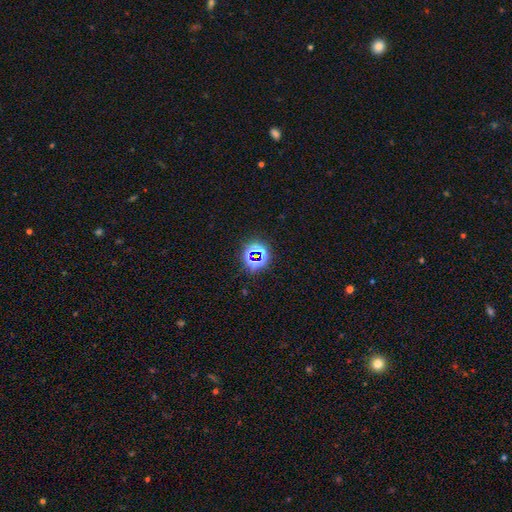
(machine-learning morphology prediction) Q: Smooth or featured?
A: star or artifact (69%); runner-up: smooth (22%)